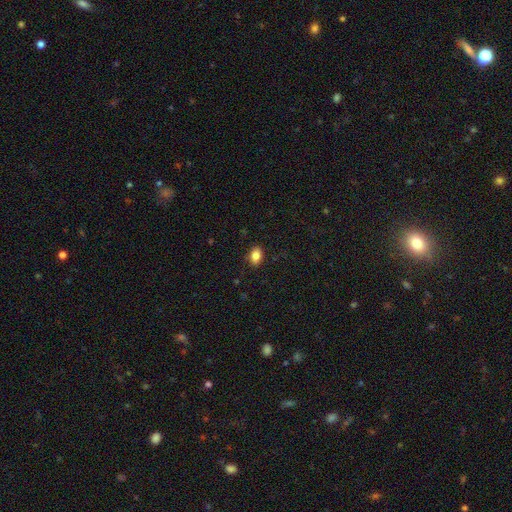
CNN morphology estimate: Overall: smooth (85%). How rounded: in between (81%). Merging: none (87%).